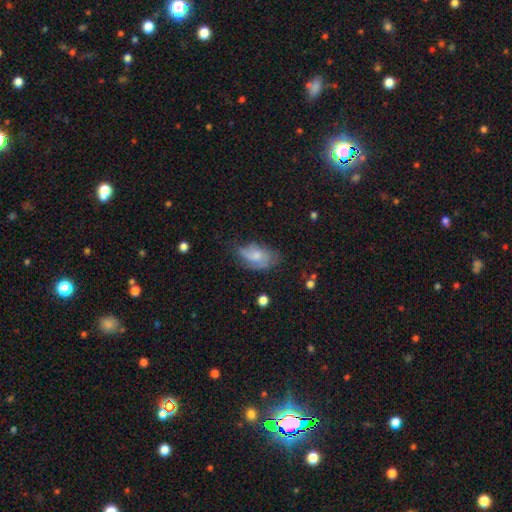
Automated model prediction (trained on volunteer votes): Smooth or featured: smooth — 57% (featured or disk — 34%)
How rounded: in between — 90% (round — 7%)
Merging: none — 42% (minor disturbance — 35%)